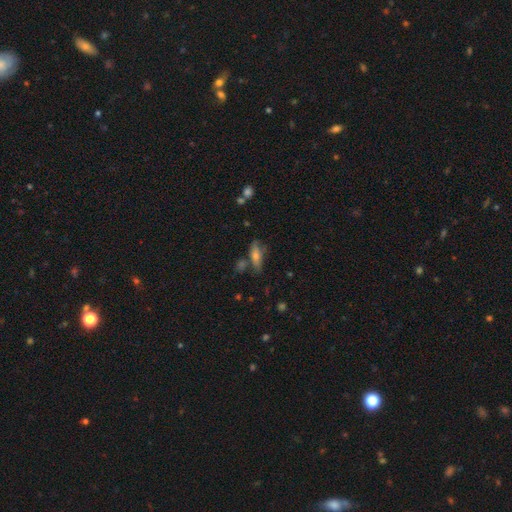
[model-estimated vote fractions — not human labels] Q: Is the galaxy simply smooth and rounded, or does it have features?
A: smooth — 63%.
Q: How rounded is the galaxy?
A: in between — 57%.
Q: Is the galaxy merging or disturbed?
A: none — 57%.